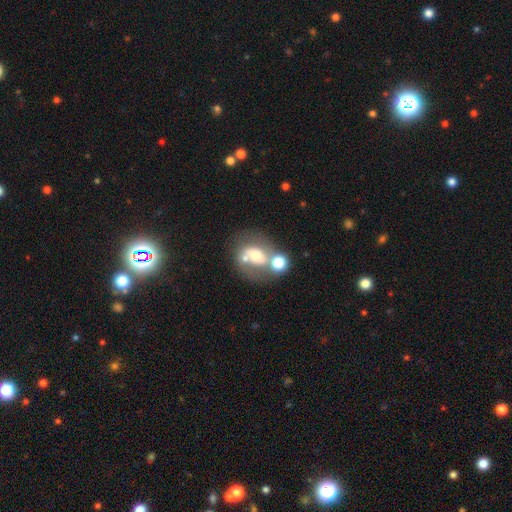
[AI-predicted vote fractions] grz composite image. It shows a featured or disk galaxy (49%). Merging: merger (43%).